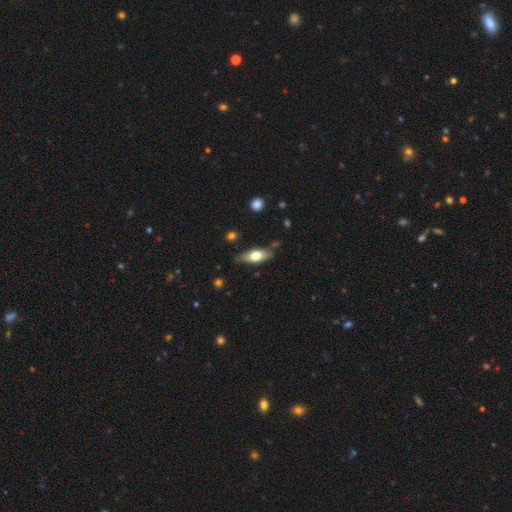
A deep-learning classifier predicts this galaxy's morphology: The model was most divided on "smooth or featured": smooth: 59%, featured or disk: 35%, star or artifact: 6%. More confident: merging — none (76%); how rounded — in between (69%).